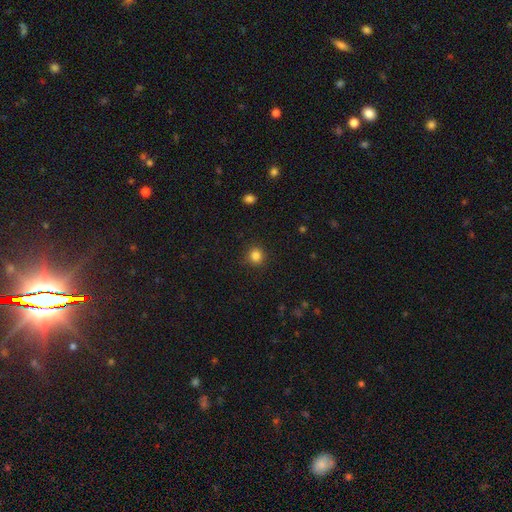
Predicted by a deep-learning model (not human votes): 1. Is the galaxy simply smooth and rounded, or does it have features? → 84% smooth, 12% star or artifact, 4% featured or disk.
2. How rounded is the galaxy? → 91% round, 8% in between, 1% cigar-shaped.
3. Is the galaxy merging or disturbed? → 91% none, 6% minor disturbance, 2% major disturbance, 1% merger.